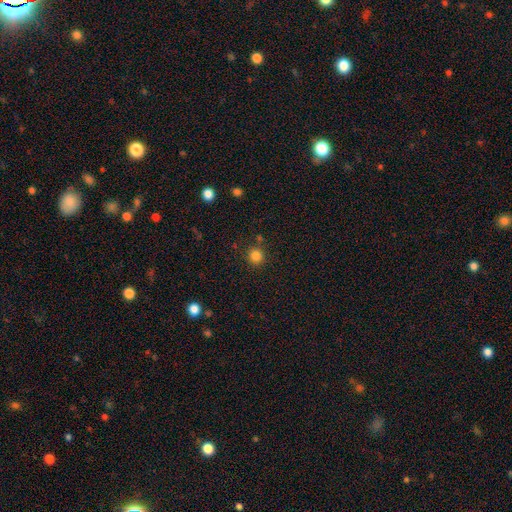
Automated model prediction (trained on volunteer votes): This is clearly a smooth galaxy (83%). How rounded: clearly round (93%). Merging: clearly none (85%).